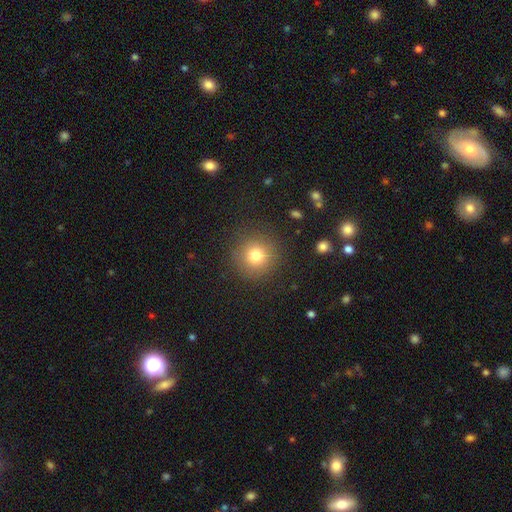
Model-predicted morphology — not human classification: smooth-or-featured: smooth: 78% | star or artifact: 13% | featured or disk: 9%
  how-rounded: round: 94% | in between: 5% | cigar-shaped: 1%
  merging: none: 88% | minor disturbance: 7% | major disturbance: 3% | merger: 1%